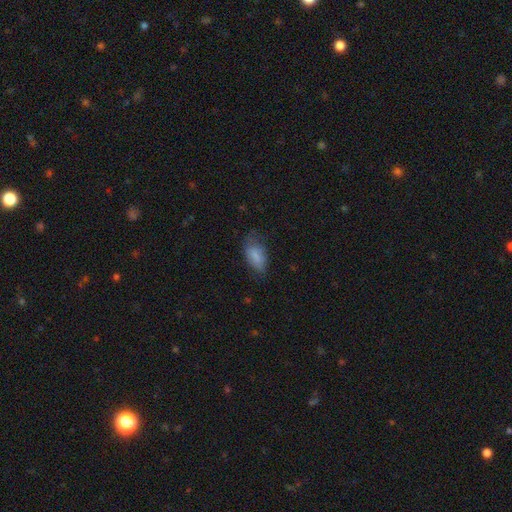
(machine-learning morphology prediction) A smooth galaxy with no disk features (77%) that is in between round and cigar-shaped (91%). Merging: none (49%).